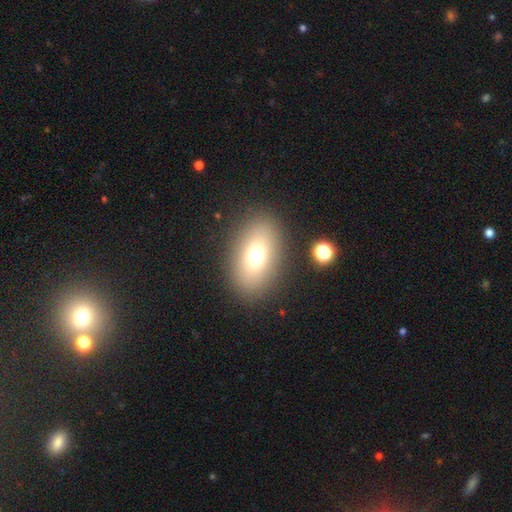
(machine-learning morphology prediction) This appears to be a smooth galaxy with no disk features (70%) that is in between round and cigar-shaped (83%). Merging: none (85%).